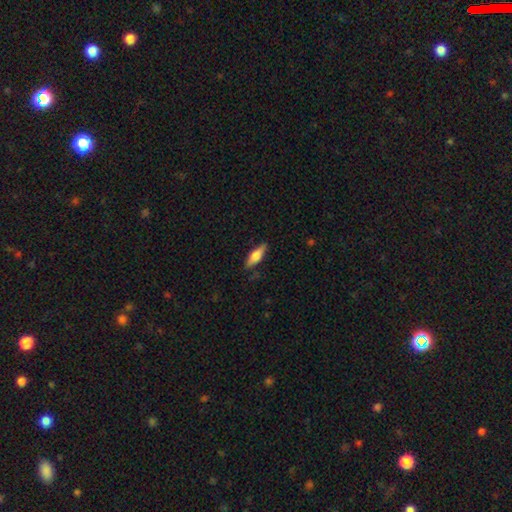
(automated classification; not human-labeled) Smooth or featured? smooth (60%)
How rounded? in between (51%)
Merging? none (84%)